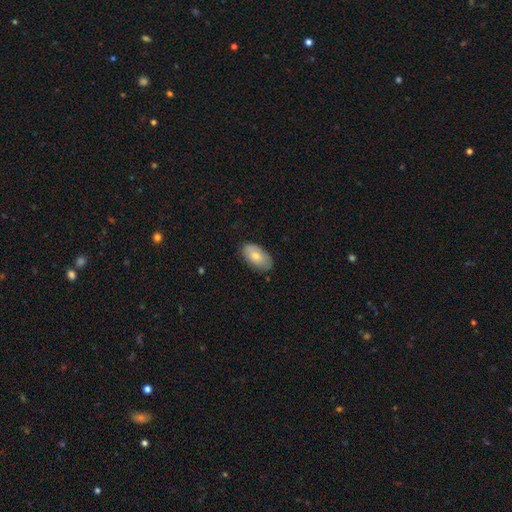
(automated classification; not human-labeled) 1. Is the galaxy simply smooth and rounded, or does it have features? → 72% smooth, 22% featured or disk, 6% star or artifact.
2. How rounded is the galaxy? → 94% in between, 4% round, 2% cigar-shaped.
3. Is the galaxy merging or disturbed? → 79% none, 17% minor disturbance, 3% major disturbance, 1% merger.